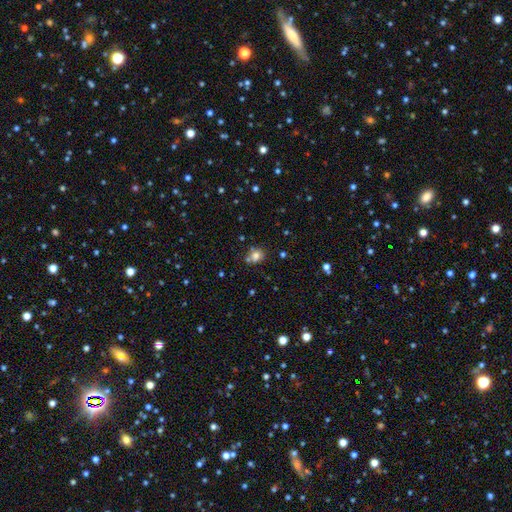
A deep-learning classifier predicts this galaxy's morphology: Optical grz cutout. It shows a smooth galaxy with no disk features (74%) that is round (74%). Merging: none (63%).